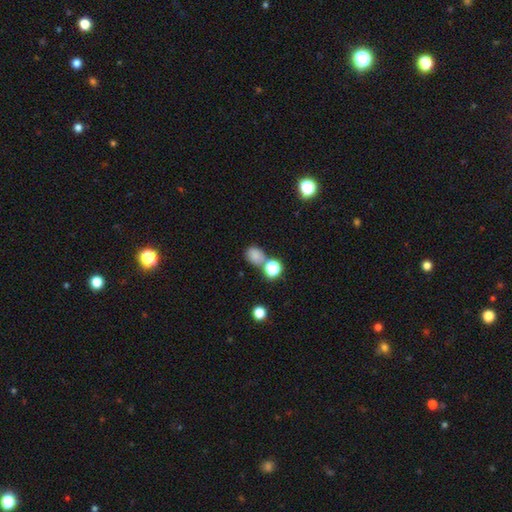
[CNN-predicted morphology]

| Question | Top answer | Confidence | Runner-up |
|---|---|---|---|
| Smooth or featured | smooth | 77% | star or artifact (16%) |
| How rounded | round | 49% | tied: in between (49%) |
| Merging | none | 53% | merger (27%) |